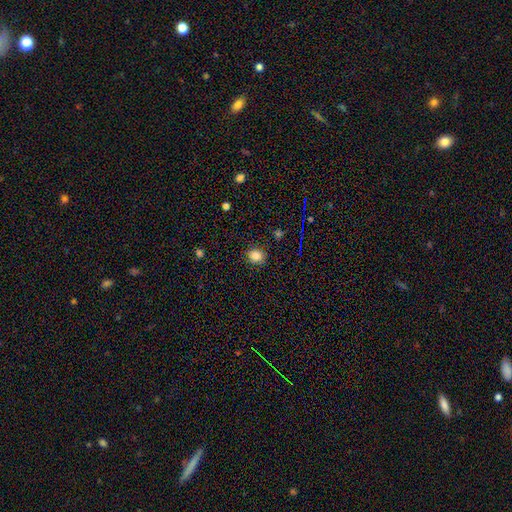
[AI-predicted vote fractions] Smooth or featured: smooth — 82% (star or artifact — 12%)
How rounded: round — 68% (in between — 31%)
Merging: none — 88% (minor disturbance — 9%)